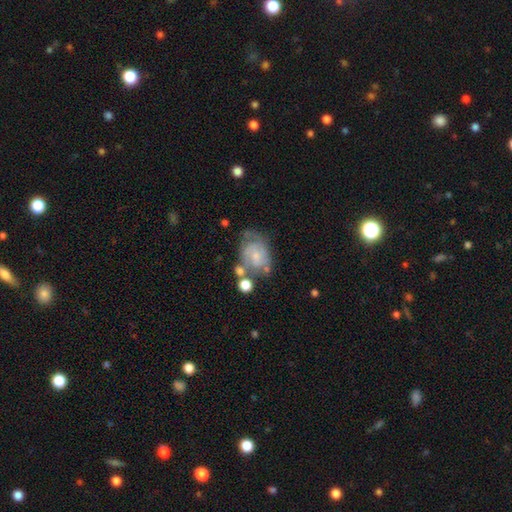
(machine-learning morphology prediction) Smooth or featured? Predicted: featured or disk (p=0.63). Edge-on disk? Predicted: no (p=0.97). Bar? Predicted: no (p=0.71). Spiral arms? Predicted: yes (p=0.76). Bulge size? Predicted: small (p=0.65). Merging? Predicted: none (p=0.40).